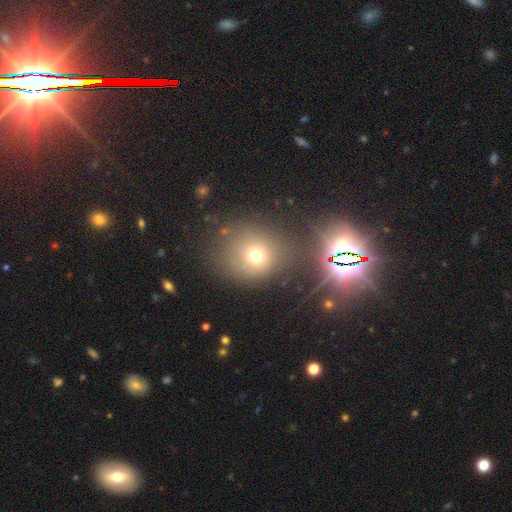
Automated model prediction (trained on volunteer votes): smooth 64%, star or artifact 24%, featured or disk 13%. Down the decision tree: how rounded — round (84%); merging — none (69%).